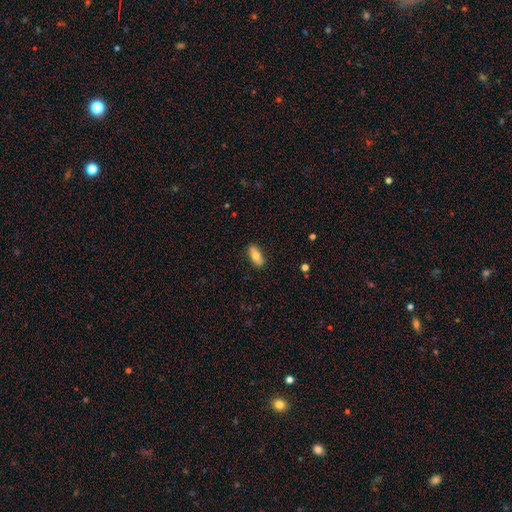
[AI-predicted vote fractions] Smooth or featured: smooth — 72% (featured or disk — 21%)
How rounded: in between — 77% (cigar-shaped — 20%)
Merging: none — 86% (minor disturbance — 11%)